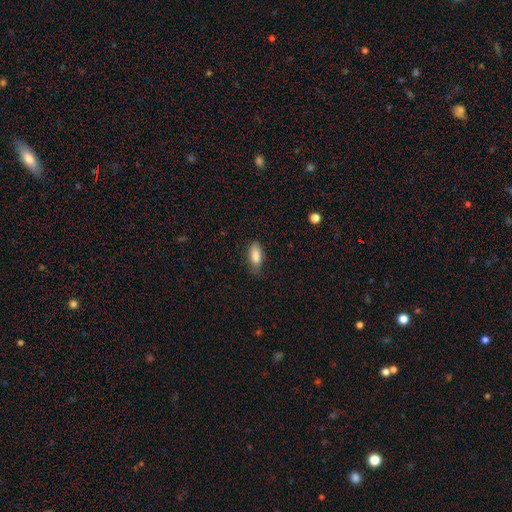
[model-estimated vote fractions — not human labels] This appears to be a smooth galaxy with no disk features (87%) that is in between round and cigar-shaped (85%). Merging: none (72%).